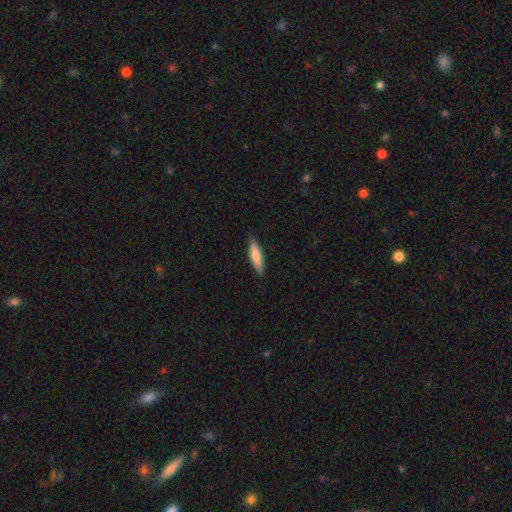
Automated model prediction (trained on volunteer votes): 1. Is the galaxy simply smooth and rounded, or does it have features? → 79% smooth, 15% featured or disk, 5% star or artifact.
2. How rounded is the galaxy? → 70% cigar-shaped, 29% in between, 1% round.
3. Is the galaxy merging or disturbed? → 87% none, 10% minor disturbance, 2% major disturbance, 1% merger.